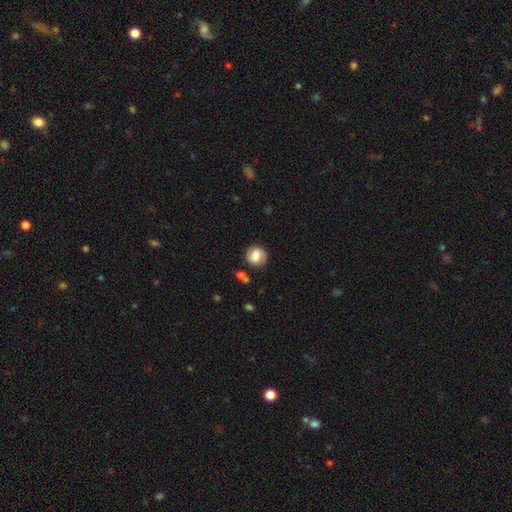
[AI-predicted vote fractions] smooth_or_featured: smooth (p=0.59) [alt: featured or disk p=0.33]
how_rounded: round (p=0.80) [alt: in between p=0.19]
merging: none (p=0.77) [alt: minor disturbance p=0.14]